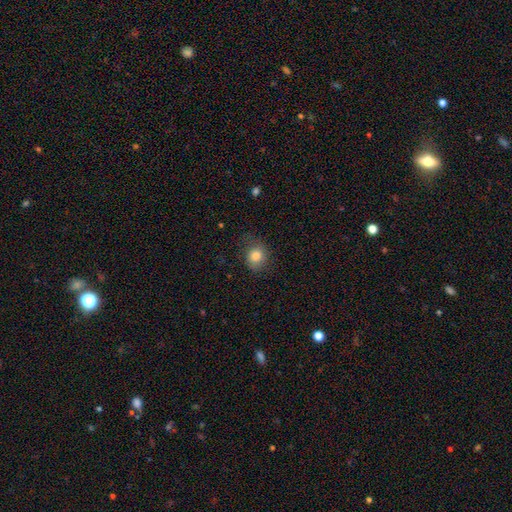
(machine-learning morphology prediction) A smooth galaxy with no disk features (82%) that is round (70%).

Vote fractions:
- Smooth or featured? smooth: 82% / star or artifact: 10% / featured or disk: 8%
- How rounded? round: 70% / in between: 29% / cigar-shaped: 1%
- Merging? none: 71% / minor disturbance: 21% / major disturbance: 8% / merger: 1%